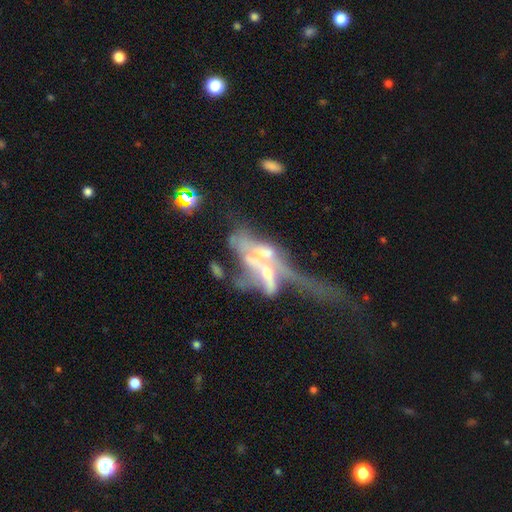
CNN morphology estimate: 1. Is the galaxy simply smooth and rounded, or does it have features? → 62% featured or disk, 25% smooth, 13% star or artifact.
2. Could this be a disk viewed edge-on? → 83% no, 17% yes.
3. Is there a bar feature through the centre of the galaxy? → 78% no, 14% weak, 7% strong.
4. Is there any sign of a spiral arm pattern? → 79% no, 21% yes.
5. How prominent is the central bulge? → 37% moderate, 29% none, 21% small, 10% large, 3% dominant.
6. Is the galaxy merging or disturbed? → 53% merger, 30% major disturbance, 10% none, 7% minor disturbance.